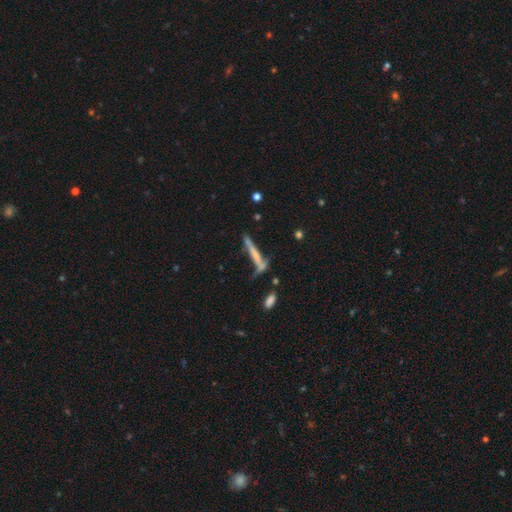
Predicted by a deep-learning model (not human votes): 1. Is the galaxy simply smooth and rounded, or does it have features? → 50% featured or disk, 40% smooth, 10% star or artifact.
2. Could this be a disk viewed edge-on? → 83% yes, 17% no.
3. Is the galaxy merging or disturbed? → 47% none, 22% minor disturbance, 17% merger, 14% major disturbance.